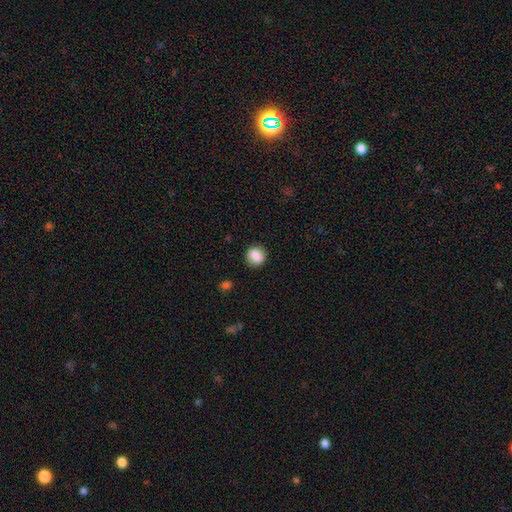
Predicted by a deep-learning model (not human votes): A smooth galaxy with no disk features (84%) that is round (75%).

Vote fractions:
- Smooth or featured? smooth: 84% / star or artifact: 8% / featured or disk: 8%
- How rounded? round: 75% / in between: 23% / cigar-shaped: 1%
- Merging? none: 86% / minor disturbance: 10% / major disturbance: 3% / merger: 1%